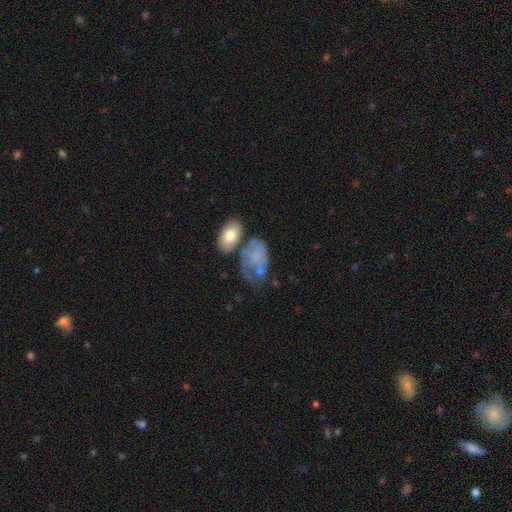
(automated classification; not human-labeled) smooth-or-featured: smooth: 59% | featured or disk: 32% | star or artifact: 9%
  how-rounded: in between: 88% | round: 10% | cigar-shaped: 2%
  merging: major disturbance: 31% | none: 26% | minor disturbance: 25% | merger: 19%